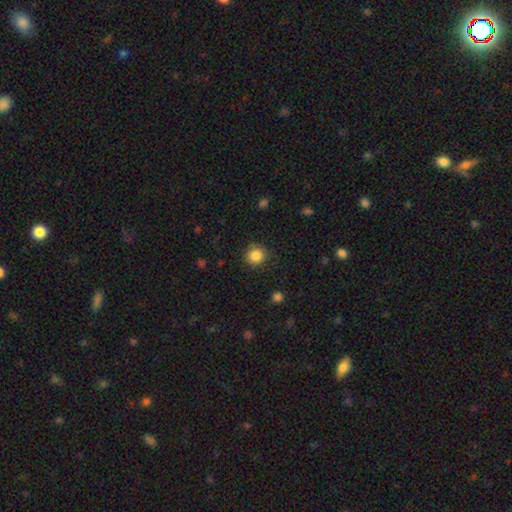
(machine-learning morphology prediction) Smooth or featured? smooth (86%)
How rounded? round (92%)
Merging? none (87%)